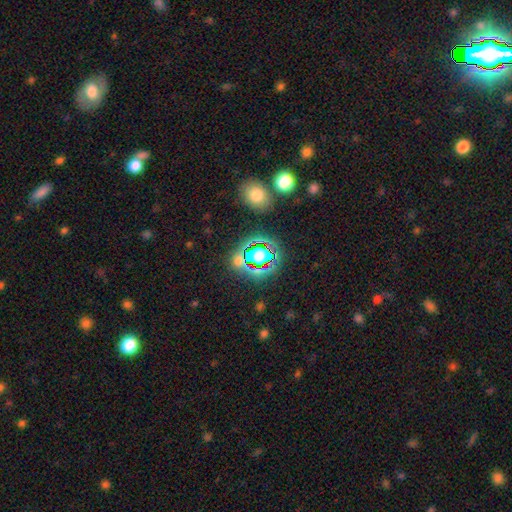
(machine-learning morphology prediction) smooth_or_featured: star or artifact (p=0.53) [alt: smooth p=0.35]